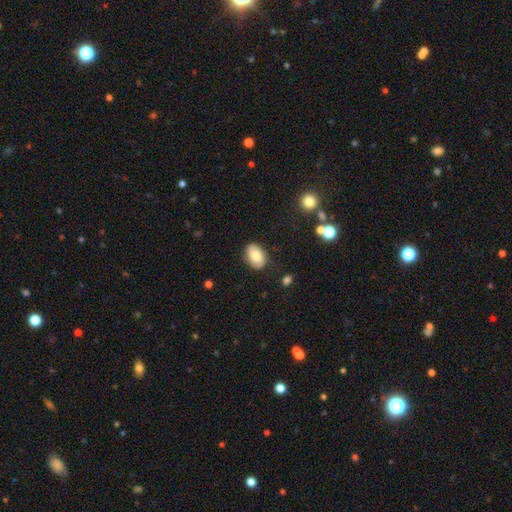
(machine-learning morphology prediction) Smooth or featured: smooth — 77% (featured or disk — 15%)
How rounded: in between — 87% (round — 12%)
Merging: none — 81% (minor disturbance — 14%)